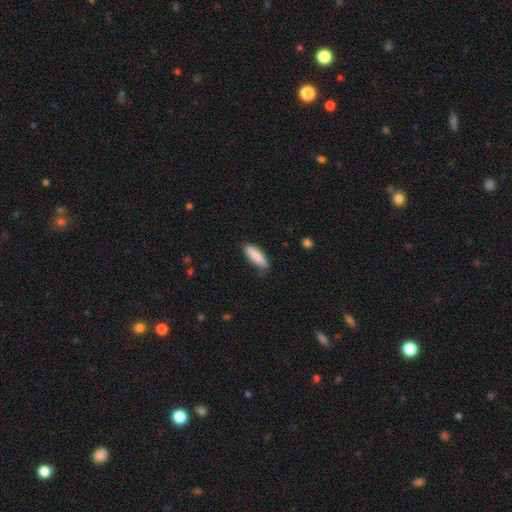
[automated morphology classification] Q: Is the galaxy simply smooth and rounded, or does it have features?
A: smooth — 87%.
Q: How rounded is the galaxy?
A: cigar-shaped — 58%.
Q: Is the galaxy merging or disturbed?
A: none — 76%.